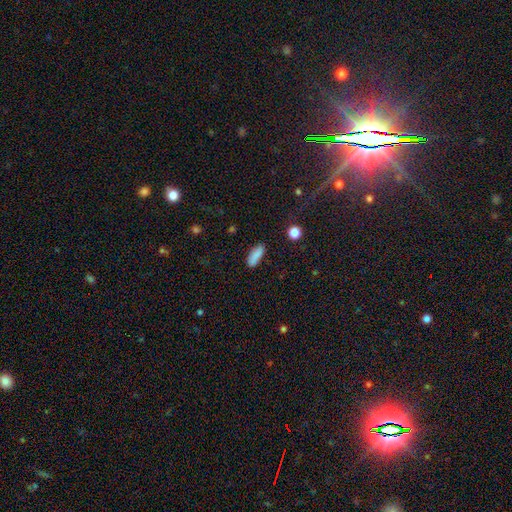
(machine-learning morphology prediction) Smooth or featured? smooth (86%)
How rounded? in between (68%)
Merging? none (81%)